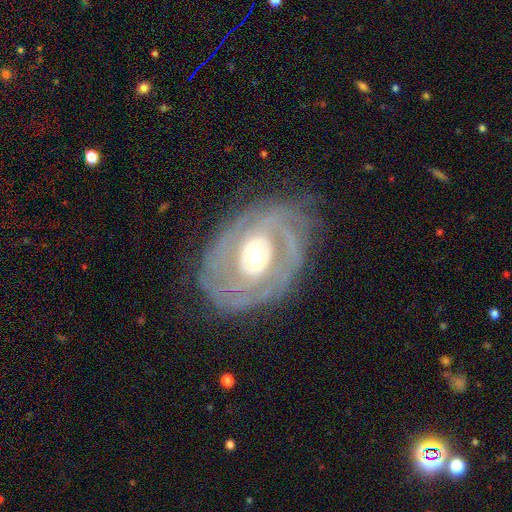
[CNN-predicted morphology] Q: Smooth or featured?
A: featured or disk (87%); runner-up: smooth (8%)
Q: Edge-on disk?
A: no (96%); runner-up: yes (4%)
Q: Bar?
A: no (64%); runner-up: weak (25%)
Q: Spiral arms?
A: yes (91%); runner-up: no (9%)
Q: Spiral winding?
A: tight (68%); runner-up: medium (24%)
Q: Spiral arm count?
A: 2 (40%); runner-up: can't tell (26%)
Q: Bulge size?
A: moderate (69%); runner-up: large (16%)
Q: Merging?
A: none (76%); runner-up: minor disturbance (15%)